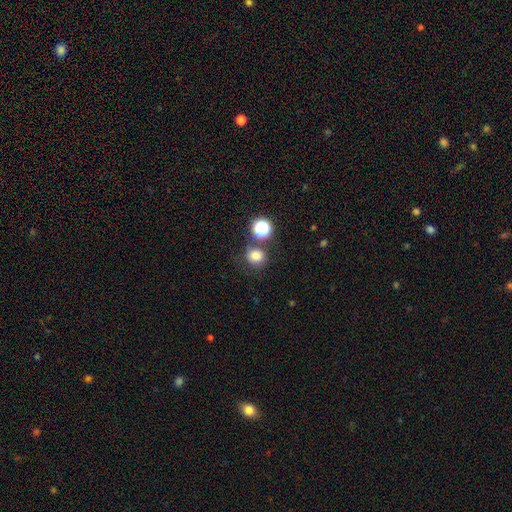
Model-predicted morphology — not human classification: smooth-or-featured: smooth: 78% | star or artifact: 16% | featured or disk: 6%
  how-rounded: round: 83% | in between: 16% | cigar-shaped: 1%
  merging: none: 72% | merger: 13% | minor disturbance: 11% | major disturbance: 4%